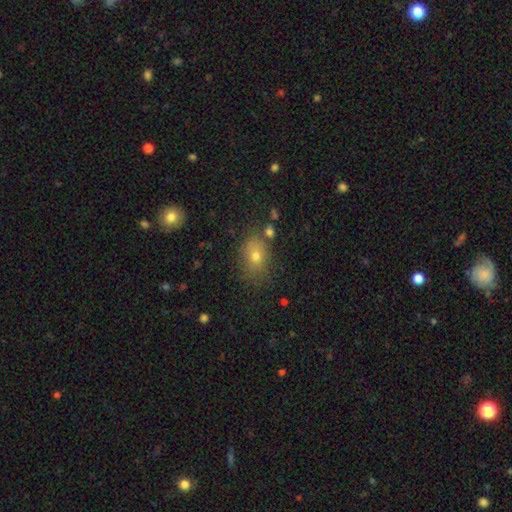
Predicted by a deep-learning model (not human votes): Overall: smooth (72%). How rounded: in between (68%; round 31%). Merging: none (74%).